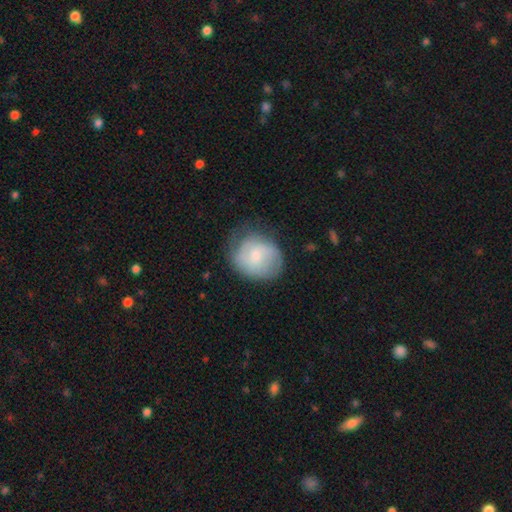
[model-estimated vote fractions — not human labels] Morphology: type=smooth (50%); merging=none (60%).